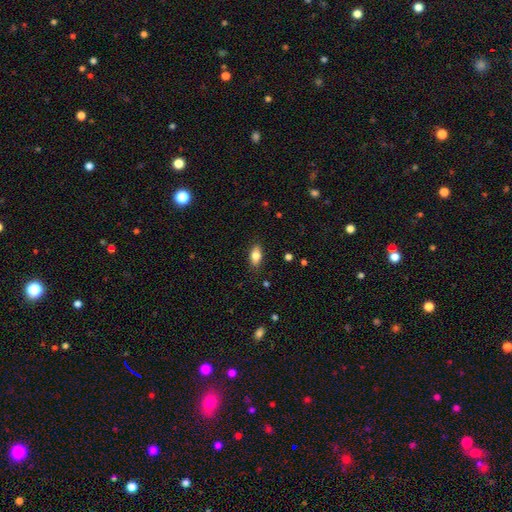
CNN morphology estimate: Smooth or featured? Predicted: smooth (p=0.81). How rounded? Predicted: in between (p=0.88). Merging? Predicted: none (p=0.84).